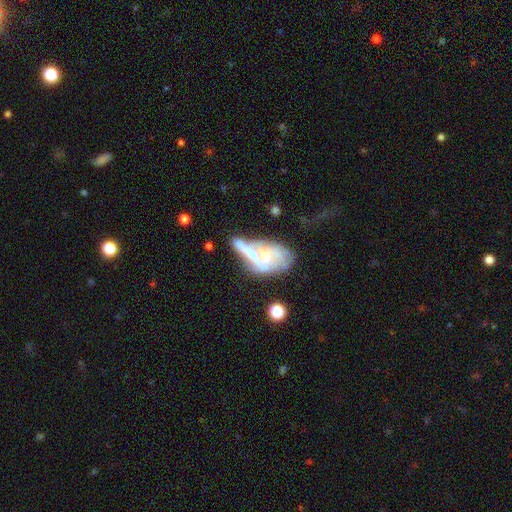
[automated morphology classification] type=featured or disk (62%); edge-on=no (81%); merging=merger (48%).